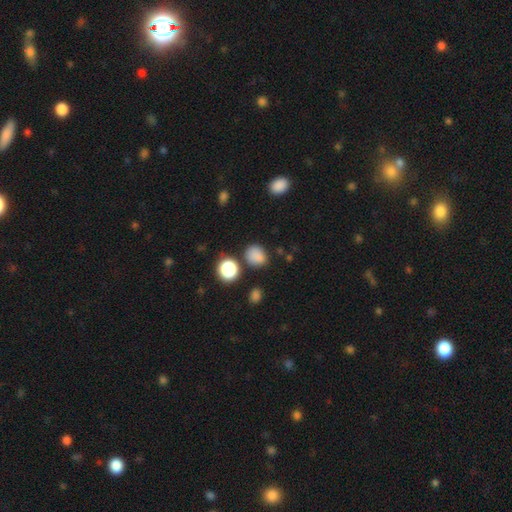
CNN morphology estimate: A smooth galaxy with no disk features (83%) that is round (58%).

Vote fractions:
- Smooth or featured? smooth: 83% / star or artifact: 13% / featured or disk: 4%
- How rounded? round: 58% / in between: 41% / cigar-shaped: 1%
- Merging? none: 76% / minor disturbance: 13% / merger: 6% / major disturbance: 4%